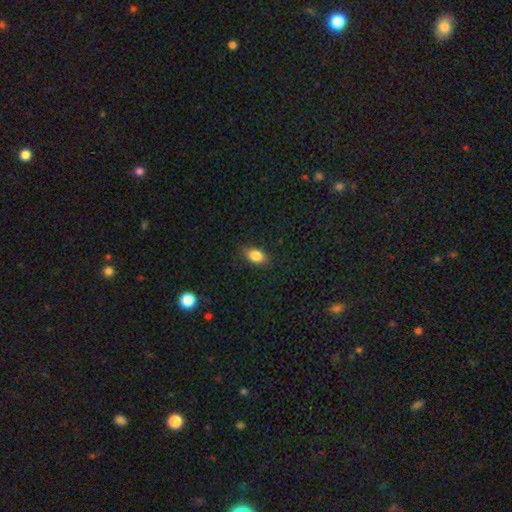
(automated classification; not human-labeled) This appears to be a smooth galaxy with no disk features (85%) that is in between round and cigar-shaped (86%). Merging: none (86%).